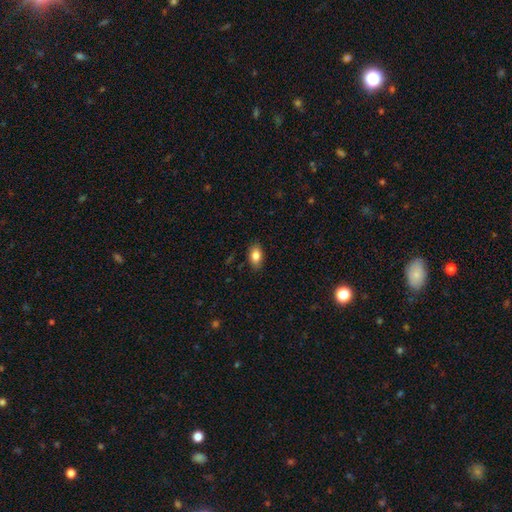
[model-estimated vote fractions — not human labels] Morphology: type=smooth (84%); roundness=in between (89%); merging=none (86%).